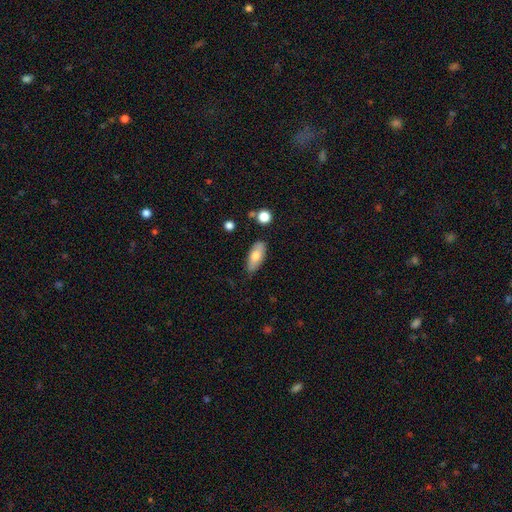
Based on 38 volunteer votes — This is likely a smooth galaxy (76%). How rounded: likely in between (79%). Merging: clearly none (86%).